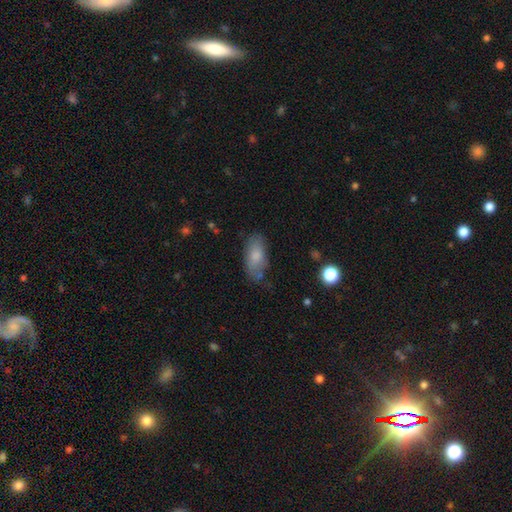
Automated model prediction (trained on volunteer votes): Q: Smooth or featured?
A: smooth (80%); runner-up: featured or disk (14%)
Q: How rounded?
A: in between (89%); runner-up: cigar-shaped (8%)
Q: Merging?
A: none (69%); runner-up: minor disturbance (22%)